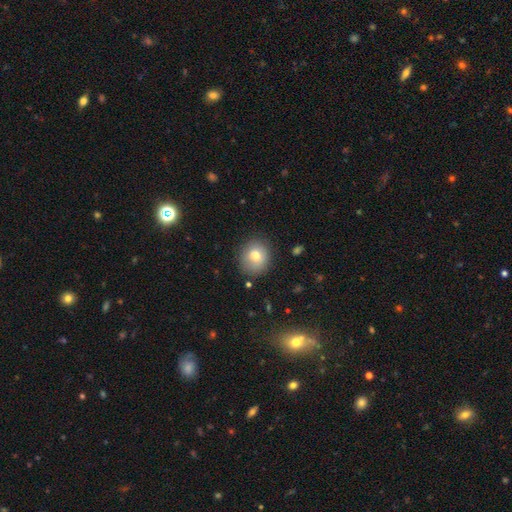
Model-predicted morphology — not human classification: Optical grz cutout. It shows a smooth galaxy with no disk features (78%) that is round (76%). Merging: none (81%).